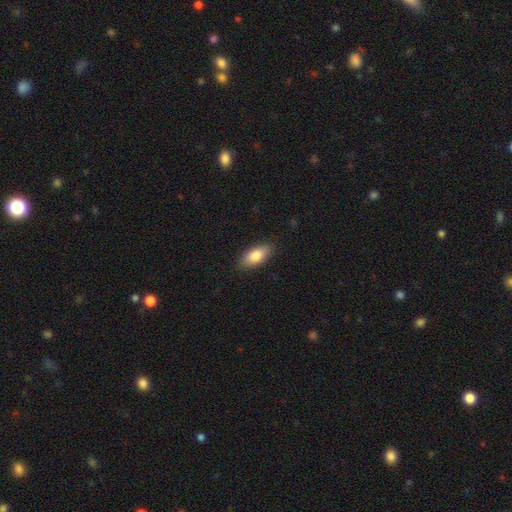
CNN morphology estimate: The model was most divided on "smooth or featured": smooth: 83%, featured or disk: 11%, star or artifact: 6%. More confident: how rounded — in between (87%); merging — none (86%).